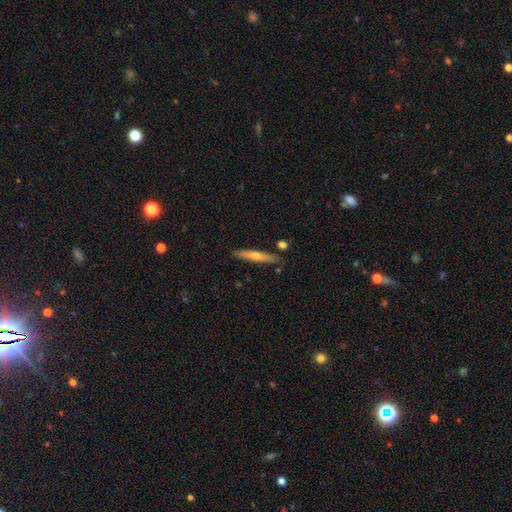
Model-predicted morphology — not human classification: This appears to be a featured or disk galaxy (55%) viewed edge-on (94%) with a rounded central bulge (81%). Merging: none (88%).